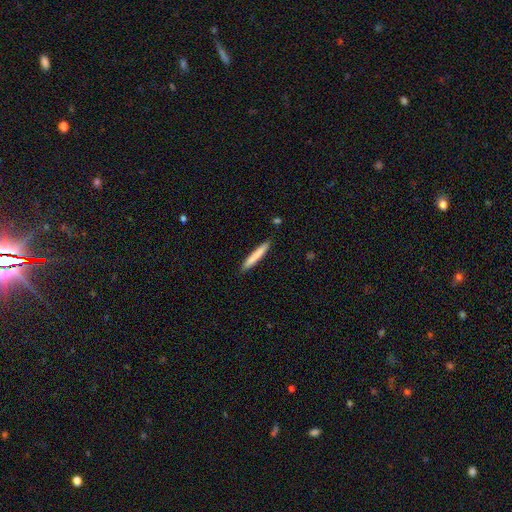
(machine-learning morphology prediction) smooth_or_featured: smooth (p=0.79) [alt: featured or disk p=0.15]
how_rounded: cigar-shaped (p=0.95) [alt: in between p=0.04]
merging: none (p=0.90) [alt: minor disturbance p=0.08]